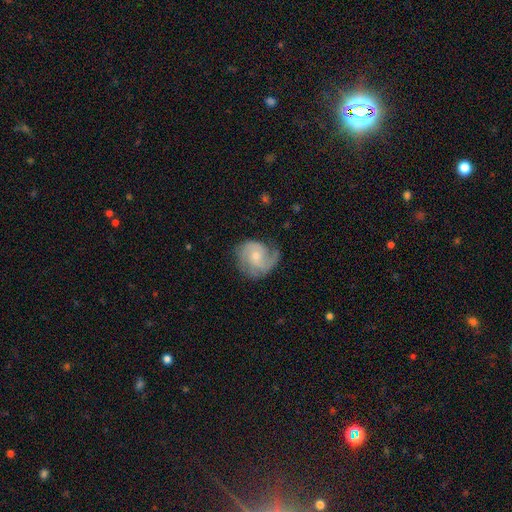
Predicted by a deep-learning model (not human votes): smooth_or_featured: featured or disk (p=0.79) [alt: smooth p=0.15]
disk_edge_on: no (p=0.98) [alt: yes p=0.02]
bar: no (p=0.64) [alt: weak p=0.31]
has_spiral_arms: yes (p=0.95) [alt: no p=0.05]
spiral_winding: medium (p=0.47) [alt: tight p=0.33]
spiral_arm_count: 2 (p=0.58) [alt: 1 p=0.14]
bulge_size: small (p=0.59) [alt: moderate p=0.37]
merging: none (p=0.66) [alt: minor disturbance p=0.22]